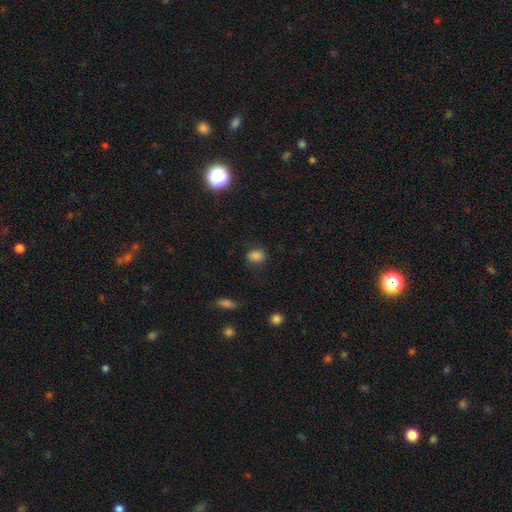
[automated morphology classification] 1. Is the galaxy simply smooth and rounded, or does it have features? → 83% smooth, 12% star or artifact, 5% featured or disk.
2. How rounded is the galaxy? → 69% in between, 30% round, 1% cigar-shaped.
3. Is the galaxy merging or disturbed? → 77% none, 17% minor disturbance, 5% major disturbance, 2% merger.